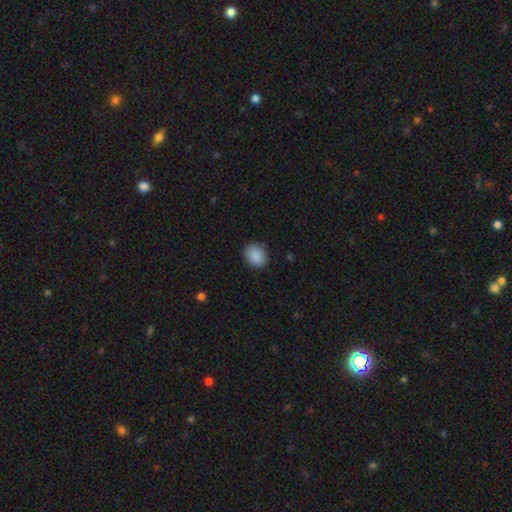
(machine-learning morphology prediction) Smooth or featured?
  - smooth: 89% *
  - star or artifact: 8%
  - featured or disk: 3%
How rounded?
  - round: 59% *
  - in between: 40%
  - cigar-shaped: 1%
Merging?
  - none: 85% *
  - minor disturbance: 11%
  - major disturbance: 3%
  - merger: 1%